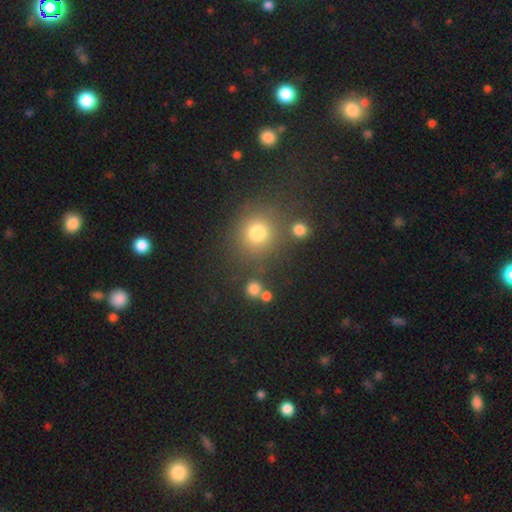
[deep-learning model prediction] A smooth galaxy with no disk features (58%) that is round (88%).

Vote fractions:
- Smooth or featured? smooth: 58% / star or artifact: 35% / featured or disk: 7%
- How rounded? round: 88% / in between: 11% / cigar-shaped: 1%
- Merging? none: 81% / minor disturbance: 8% / merger: 8% / major disturbance: 3%